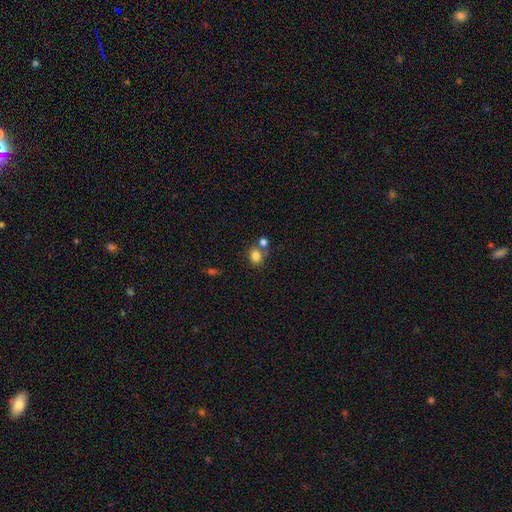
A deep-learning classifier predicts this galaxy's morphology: Smooth or featured? smooth (81%)
How rounded? round (59%)
Merging? none (58%)